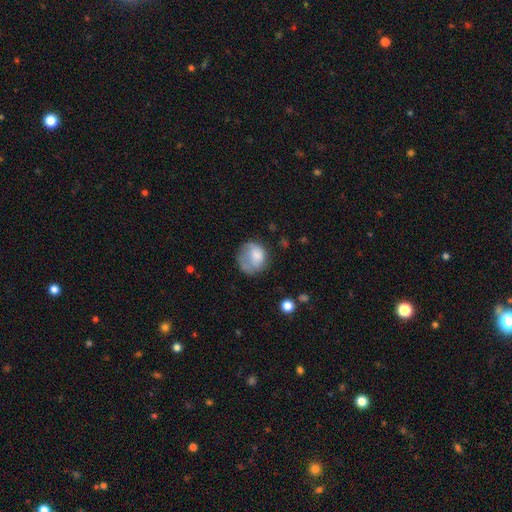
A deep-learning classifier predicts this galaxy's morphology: A smooth galaxy with no disk features (67%) that is round (71%).

Vote fractions:
- Smooth or featured? smooth: 67% / featured or disk: 25% / star or artifact: 8%
- How rounded? round: 71% / in between: 28% / cigar-shaped: 1%
- Merging? none: 44% / minor disturbance: 28% / major disturbance: 25% / merger: 3%